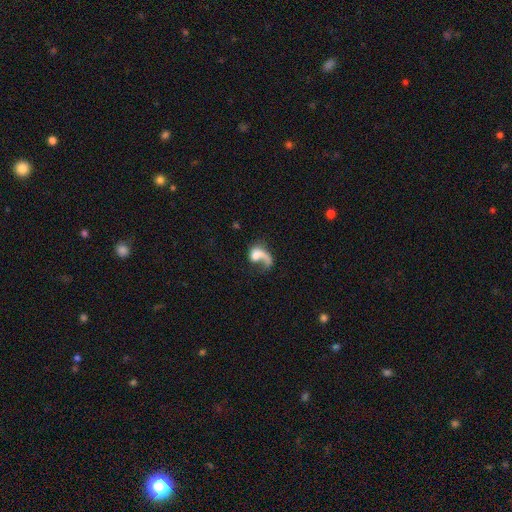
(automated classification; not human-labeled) A featured or disk galaxy (53%) with no bar (77%), spiral arms (73%) and a moderate central bulge (31%). Merging: major disturbance (48%).